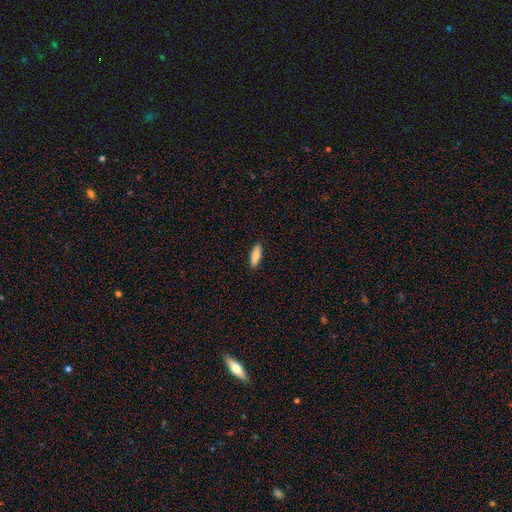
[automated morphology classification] Smooth or featured?
  - smooth: 83% *
  - featured or disk: 12%
  - star or artifact: 6%
How rounded?
  - in between: 53% *
  - cigar-shaped: 45%
  - round: 2%
Merging?
  - none: 90% *
  - minor disturbance: 7%
  - major disturbance: 2%
  - merger: 1%